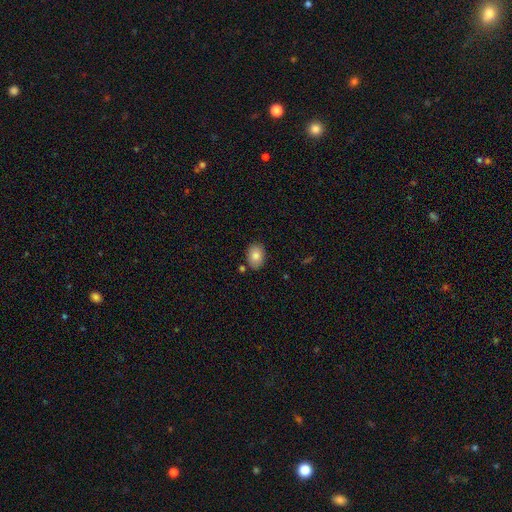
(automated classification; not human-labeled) A smooth galaxy with no disk features (84%) that is in between round and cigar-shaped (80%). Merging: none (81%).